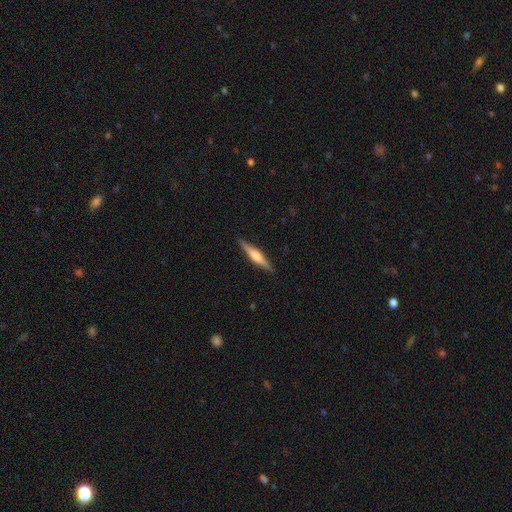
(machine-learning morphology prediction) A featured or disk galaxy (65%) viewed edge-on (98%) with a rounded central bulge (82%).

Vote fractions:
- Smooth or featured? featured or disk: 65% / smooth: 29% / star or artifact: 6%
- Edge-on disk? yes: 98% / no: 2%
- Edge-on bulge? rounded: 82% / boxy: 13% / none: 5%
- Merging? none: 91% / minor disturbance: 6% / major disturbance: 1% / merger: 1%